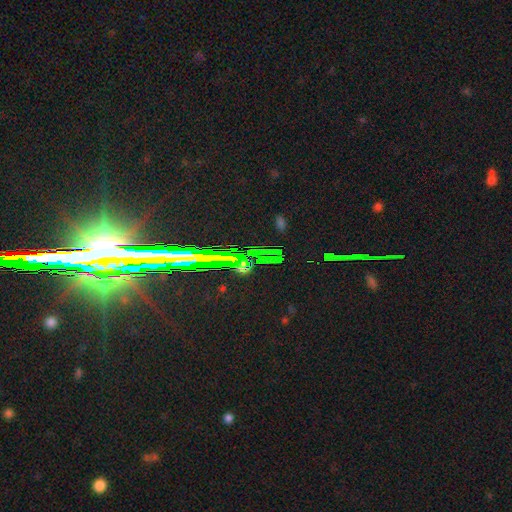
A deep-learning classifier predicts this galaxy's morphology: type=star or artifact (77%).